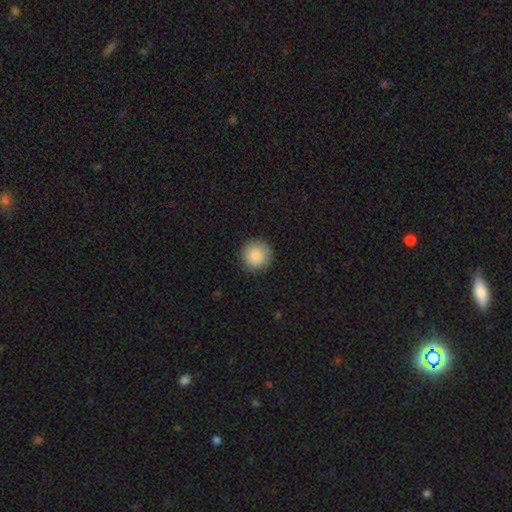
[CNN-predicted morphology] The model was most divided on "smooth or featured": smooth: 86%, star or artifact: 8%, featured or disk: 6%. More confident: how rounded — round (95%); merging — none (89%).